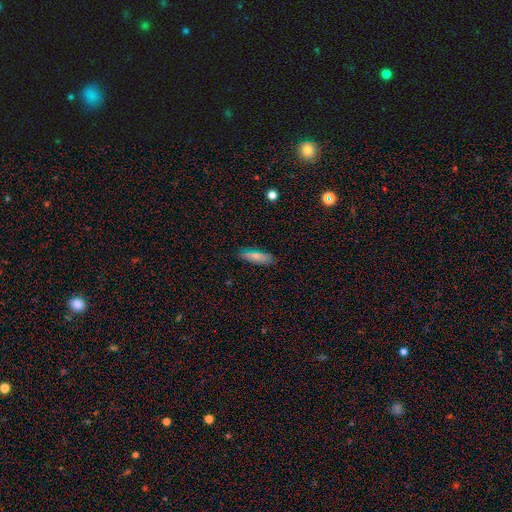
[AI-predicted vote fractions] Smooth or featured? Predicted: smooth (p=0.80). How rounded? Predicted: cigar-shaped (p=0.55). Merging? Predicted: none (p=0.84).